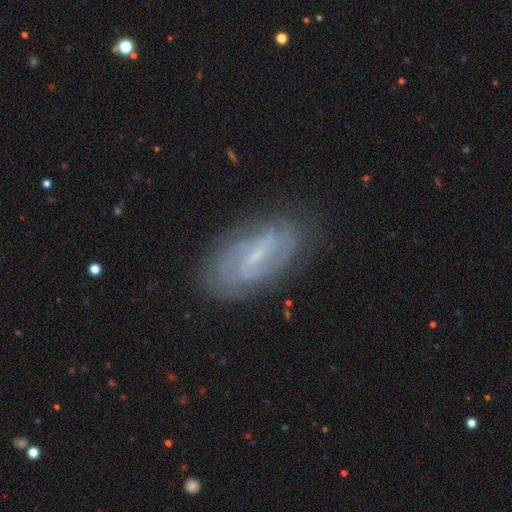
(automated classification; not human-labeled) Smooth or featured? Predicted: featured or disk (p=0.77). Edge-on disk? Predicted: no (p=0.92). Bar? Predicted: weak (p=0.47). Spiral arms? Predicted: yes (p=0.86). Spiral winding? Predicted: tight (p=0.50). Spiral arm count? Predicted: 2 (p=0.51). Bulge size? Predicted: small (p=0.67). Merging? Predicted: none (p=0.79).